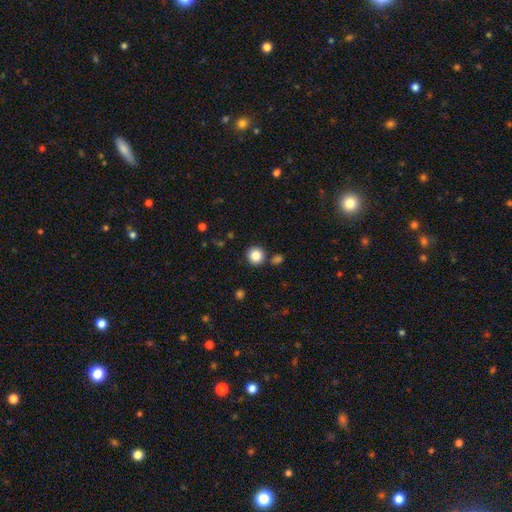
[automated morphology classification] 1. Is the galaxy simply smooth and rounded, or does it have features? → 86% smooth, 10% star or artifact, 4% featured or disk.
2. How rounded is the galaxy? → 93% round, 6% in between, 1% cigar-shaped.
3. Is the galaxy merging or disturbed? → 85% none, 7% minor disturbance, 6% merger, 2% major disturbance.